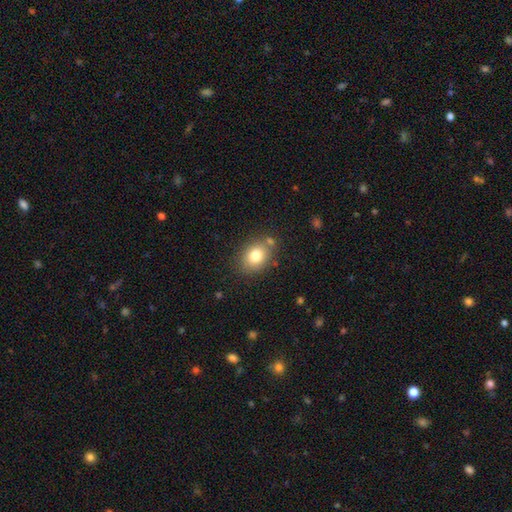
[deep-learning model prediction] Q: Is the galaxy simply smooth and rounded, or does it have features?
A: smooth — 79%.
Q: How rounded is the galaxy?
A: in between — 60%.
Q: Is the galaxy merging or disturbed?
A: none — 75%.